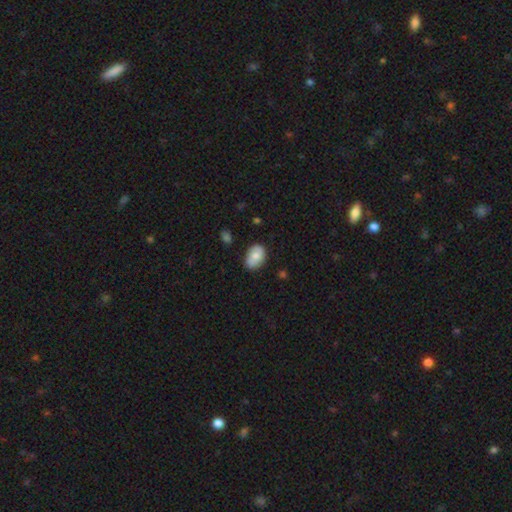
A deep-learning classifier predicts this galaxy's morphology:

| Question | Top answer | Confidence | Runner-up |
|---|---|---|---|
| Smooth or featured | smooth | 76% | featured or disk (17%) |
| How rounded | in between | 86% | round (13%) |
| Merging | none | 74% | minor disturbance (21%) |